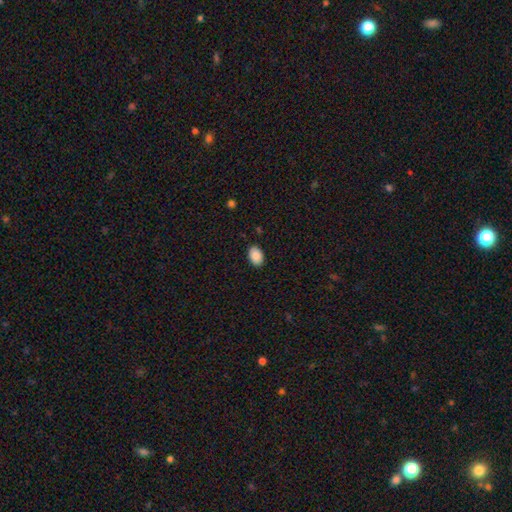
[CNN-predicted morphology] A smooth galaxy with no disk features (89%) that is in between round and cigar-shaped (85%).

Vote fractions:
- Smooth or featured? smooth: 89% / star or artifact: 7% / featured or disk: 4%
- How rounded? in between: 85% / round: 14% / cigar-shaped: 1%
- Merging? none: 88% / minor disturbance: 9% / major disturbance: 2% / merger: 1%